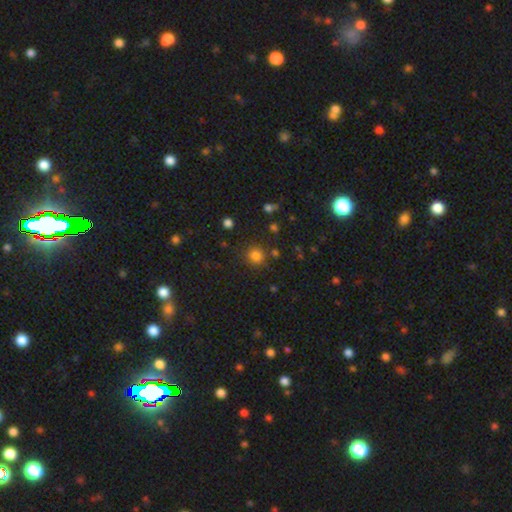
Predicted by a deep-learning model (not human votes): Overall: smooth (79%). How rounded: round (88%). Merging: none (82%).